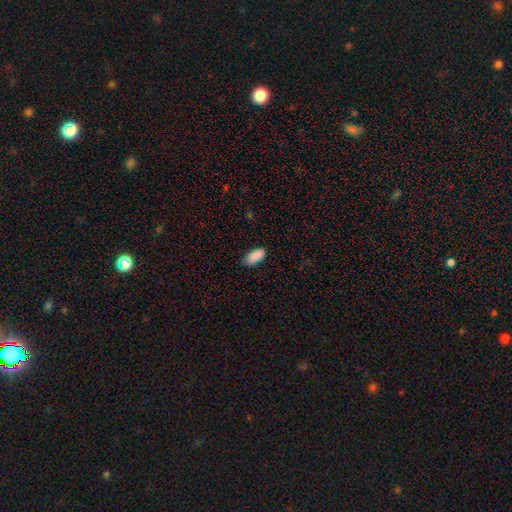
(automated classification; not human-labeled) A smooth galaxy with no disk features (89%) that is in between round and cigar-shaped (93%).

Vote fractions:
- Smooth or featured? smooth: 89% / star or artifact: 7% / featured or disk: 4%
- How rounded? in between: 93% / cigar-shaped: 5% / round: 2%
- Merging? none: 74% / minor disturbance: 21% / major disturbance: 3% / merger: 1%